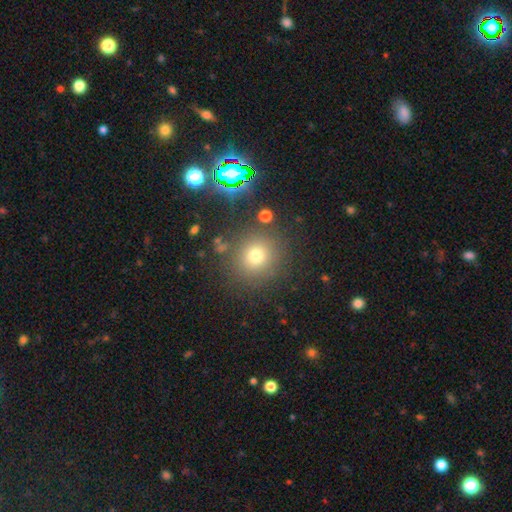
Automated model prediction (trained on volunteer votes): Smooth or featured? smooth (72%)
How rounded? round (91%)
Merging? none (84%)